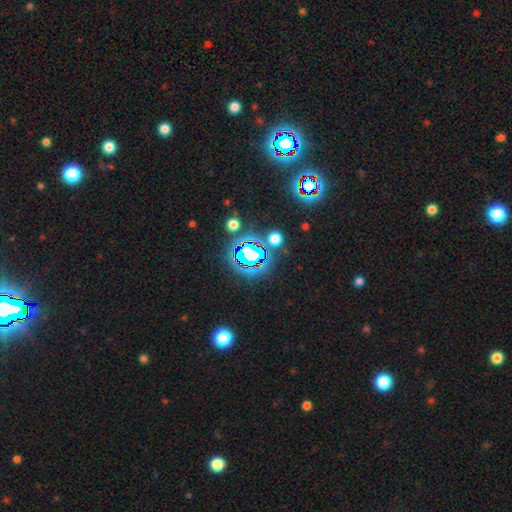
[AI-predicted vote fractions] smooth_or_featured: star or artifact (p=0.77) [alt: smooth p=0.14]